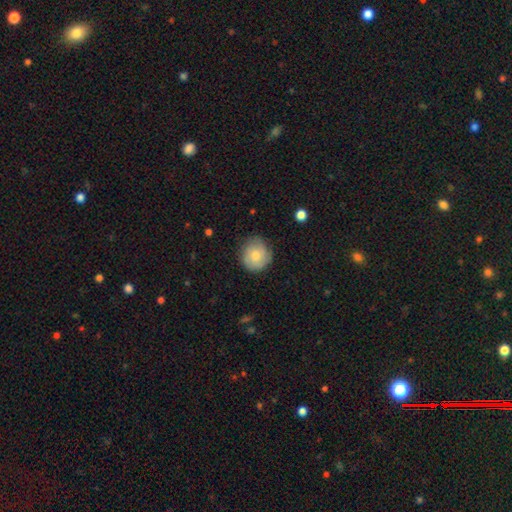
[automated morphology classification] Smooth or featured? Predicted: smooth (p=0.68). How rounded? Predicted: round (p=0.90). Merging? Predicted: none (p=0.77).